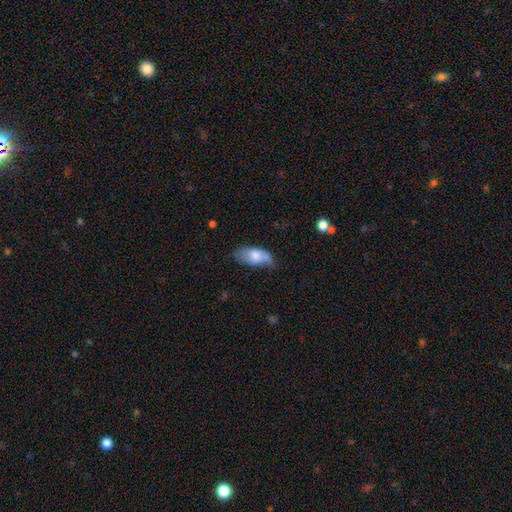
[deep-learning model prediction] Morphology: type=smooth (68%); roundness=in between (91%); merging=none (41%).